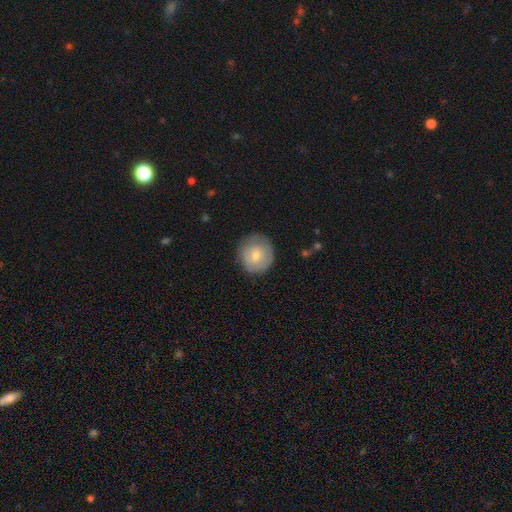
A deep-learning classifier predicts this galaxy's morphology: type=smooth (70%); roundness=round (89%); merging=none (79%).